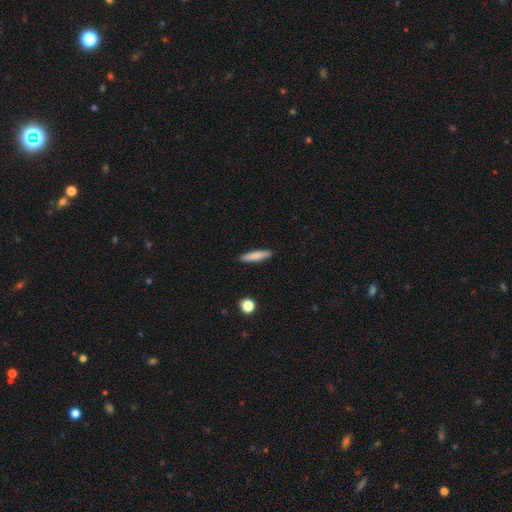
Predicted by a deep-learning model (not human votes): Q: Smooth or featured?
A: smooth (82%); runner-up: featured or disk (12%)
Q: How rounded?
A: cigar-shaped (83%); runner-up: in between (16%)
Q: Merging?
A: none (91%); runner-up: minor disturbance (7%)